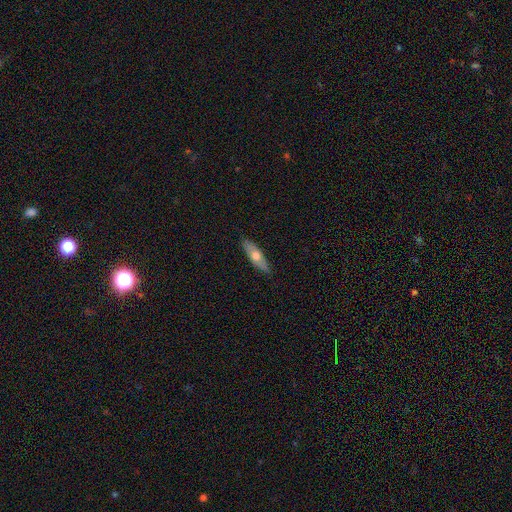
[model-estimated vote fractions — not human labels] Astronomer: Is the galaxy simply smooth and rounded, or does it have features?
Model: smooth — 55% (runner-up: featured or disk, 39%).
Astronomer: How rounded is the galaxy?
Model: cigar-shaped — 49% (runner-up: in between, 48%).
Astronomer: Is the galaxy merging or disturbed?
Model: none — 87%.